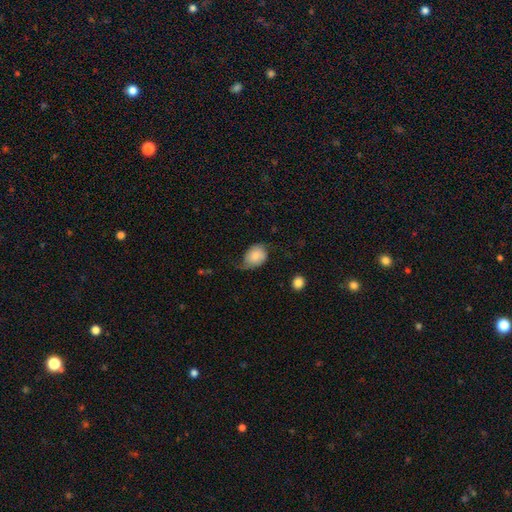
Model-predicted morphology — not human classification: smooth-or-featured: smooth: 73% | featured or disk: 20% | star or artifact: 7%
  how-rounded: in between: 58% | round: 41% | cigar-shaped: 1%
  merging: minor disturbance: 41% | none: 35% | major disturbance: 22% | merger: 2%